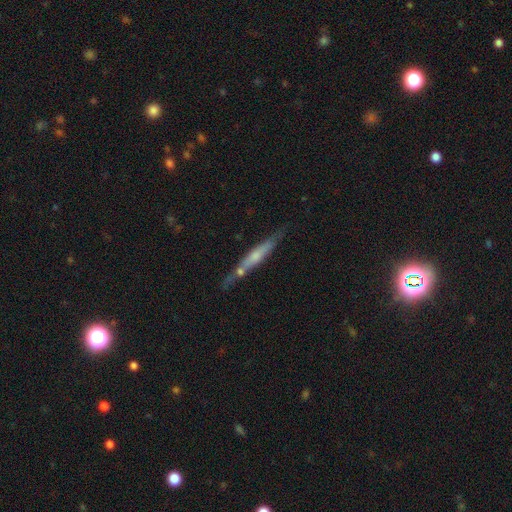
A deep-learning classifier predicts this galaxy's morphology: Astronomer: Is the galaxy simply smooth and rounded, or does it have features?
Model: featured or disk — 54% (runner-up: smooth, 39%).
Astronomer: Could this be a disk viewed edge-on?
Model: yes — 92%.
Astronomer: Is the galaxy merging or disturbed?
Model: none — 66%.